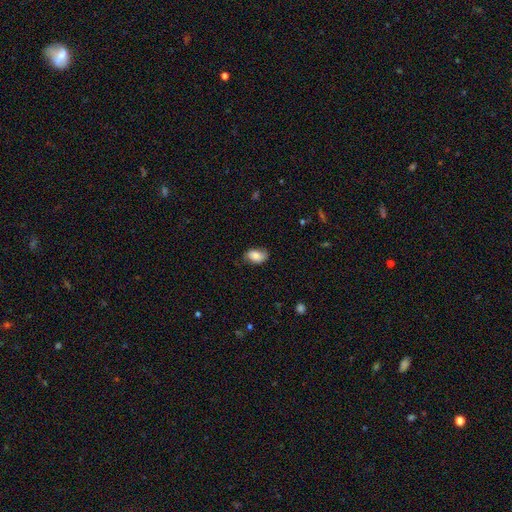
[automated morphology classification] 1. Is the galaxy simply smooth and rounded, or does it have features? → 78% smooth, 14% featured or disk, 7% star or artifact.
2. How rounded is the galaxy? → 89% in between, 9% round, 1% cigar-shaped.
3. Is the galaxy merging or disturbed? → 70% none, 24% minor disturbance, 5% major disturbance, 1% merger.